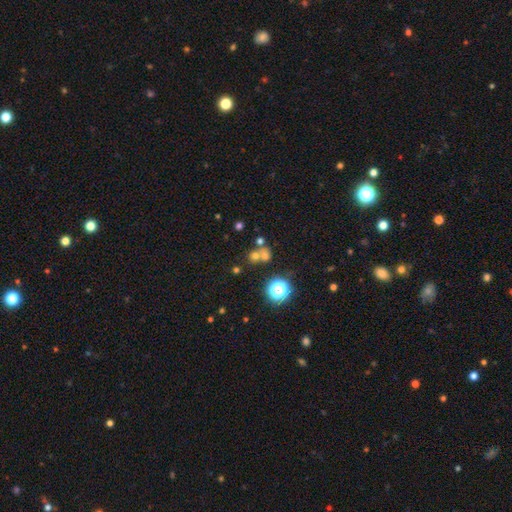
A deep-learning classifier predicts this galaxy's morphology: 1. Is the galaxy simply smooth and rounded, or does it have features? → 57% smooth, 28% star or artifact, 14% featured or disk.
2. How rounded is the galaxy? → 83% round, 16% in between, 1% cigar-shaped.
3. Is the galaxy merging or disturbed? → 46% none, 44% merger, 6% minor disturbance, 4% major disturbance.